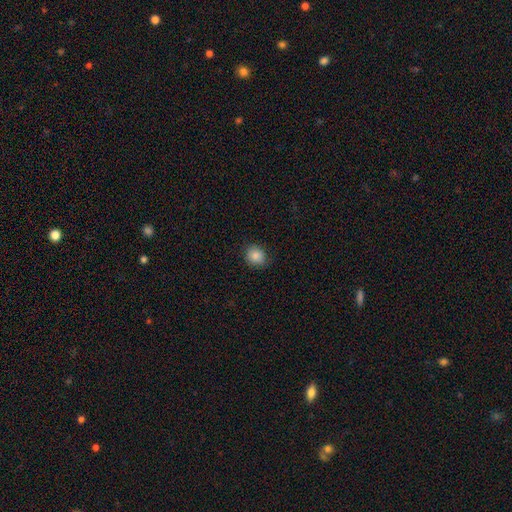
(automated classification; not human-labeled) This appears to be a smooth galaxy with no disk features (86%) that is round (73%). Merging: none (83%).